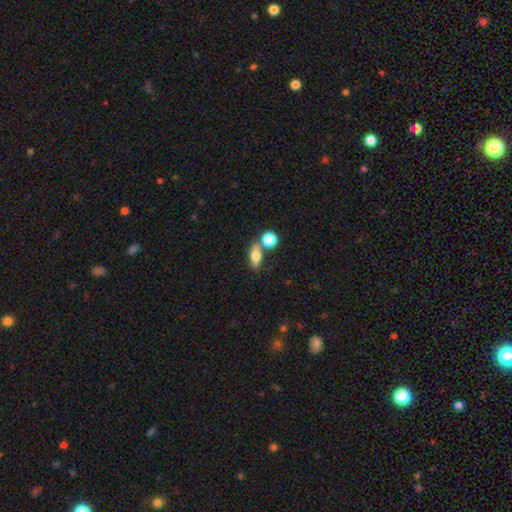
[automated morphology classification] Smooth or featured? Predicted: smooth (p=0.72). How rounded? Predicted: in between (p=0.67). Merging? Predicted: none (p=0.64).